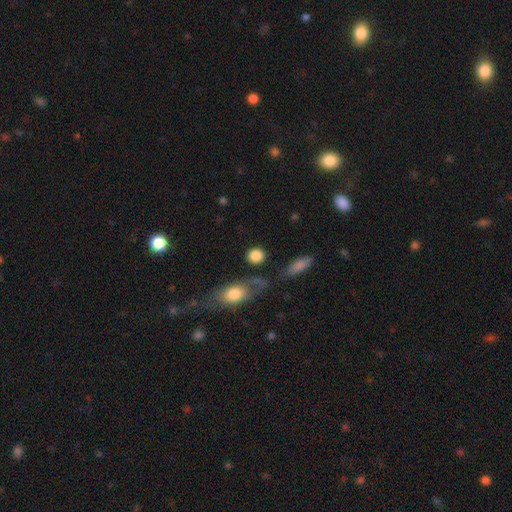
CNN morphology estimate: A smooth galaxy with no disk features (85%) that is round (80%).

Vote fractions:
- Smooth or featured? smooth: 85% / star or artifact: 8% / featured or disk: 7%
- How rounded? round: 80% / in between: 17% / cigar-shaped: 2%
- Merging? none: 76% / minor disturbance: 11% / merger: 8% / major disturbance: 5%